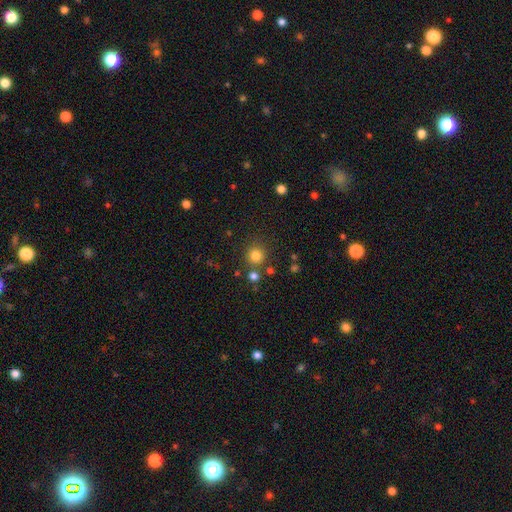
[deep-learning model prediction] The model was most divided on "smooth or featured": smooth: 80%, star or artifact: 15%, featured or disk: 5%. More confident: how rounded — round (93%); merging — none (80%).